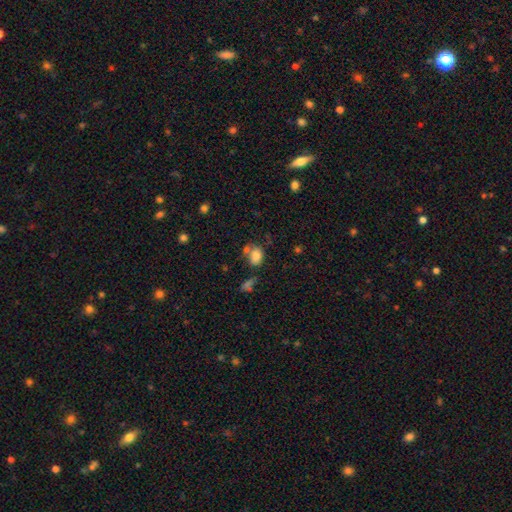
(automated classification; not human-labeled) smooth_or_featured: smooth (p=0.80) [alt: star or artifact p=0.10]
how_rounded: in between (p=0.71) [alt: round p=0.28]
merging: none (p=0.47) [alt: merger p=0.27]